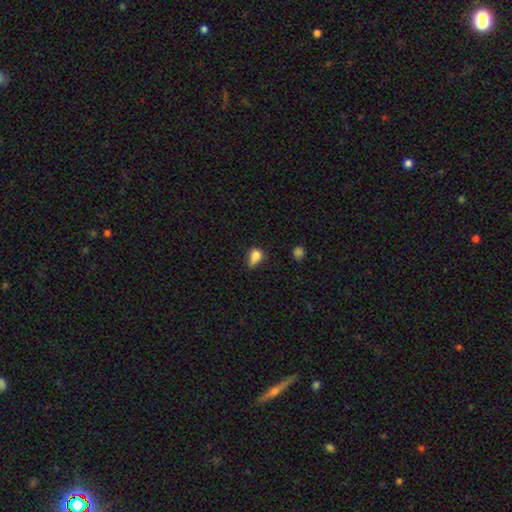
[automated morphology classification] This is likely a smooth galaxy (78%). How rounded: possibly in between (59%). Merging: marginally minor disturbance (44%).